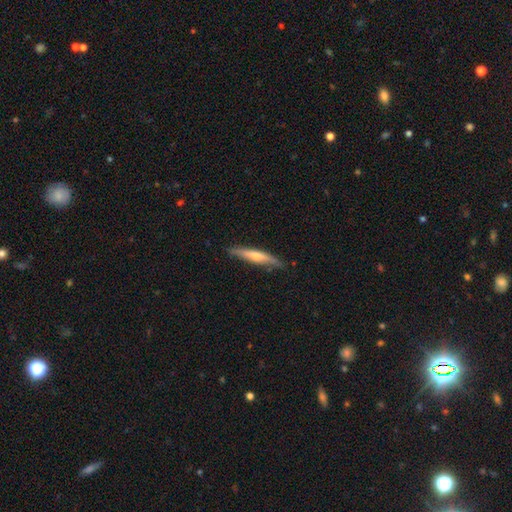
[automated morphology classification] This is possibly a featured or disk galaxy (55%). It is clearly viewed edge-on (92%). Edge-on bulge: likely rounded (76%). Merging: clearly none (84%).